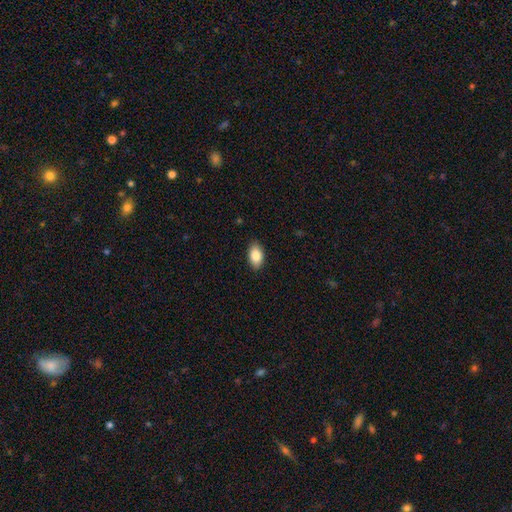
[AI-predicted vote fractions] A smooth galaxy with no disk features (85%) that is in between round and cigar-shaped (93%).

Vote fractions:
- Smooth or featured? smooth: 85% / featured or disk: 8% / star or artifact: 7%
- How rounded? in between: 93% / round: 5% / cigar-shaped: 2%
- Merging? none: 87% / minor disturbance: 10% / major disturbance: 2% / merger: 1%